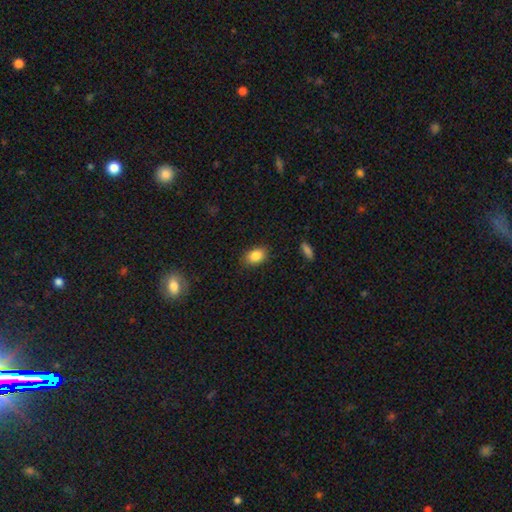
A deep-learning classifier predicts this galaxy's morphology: Smooth or featured?
  - smooth: 85% *
  - star or artifact: 9%
  - featured or disk: 6%
How rounded?
  - in between: 81% *
  - round: 18%
  - cigar-shaped: 1%
Merging?
  - none: 85% *
  - minor disturbance: 11%
  - major disturbance: 3%
  - merger: 1%